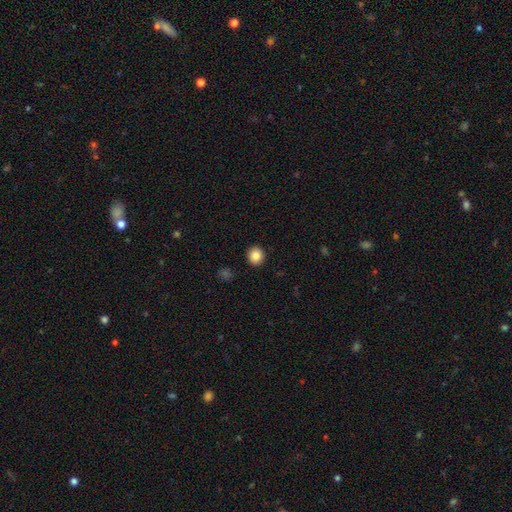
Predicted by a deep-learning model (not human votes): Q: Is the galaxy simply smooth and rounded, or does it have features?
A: smooth — 86%.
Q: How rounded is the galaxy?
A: round — 86%.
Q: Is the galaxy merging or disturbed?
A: none — 92%.